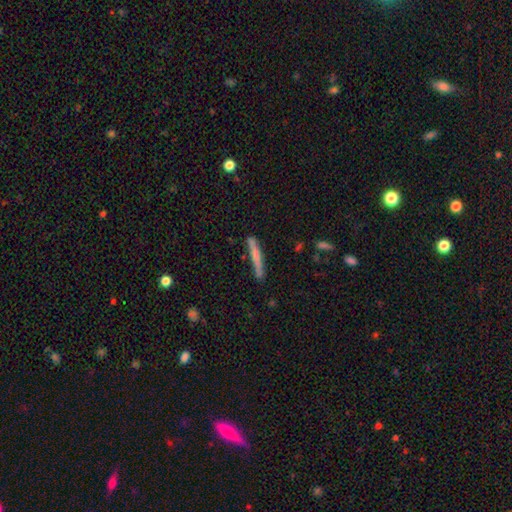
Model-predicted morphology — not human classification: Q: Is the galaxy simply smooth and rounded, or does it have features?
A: smooth — 60%.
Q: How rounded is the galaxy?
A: cigar-shaped — 95%.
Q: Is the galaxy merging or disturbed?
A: none — 79%.